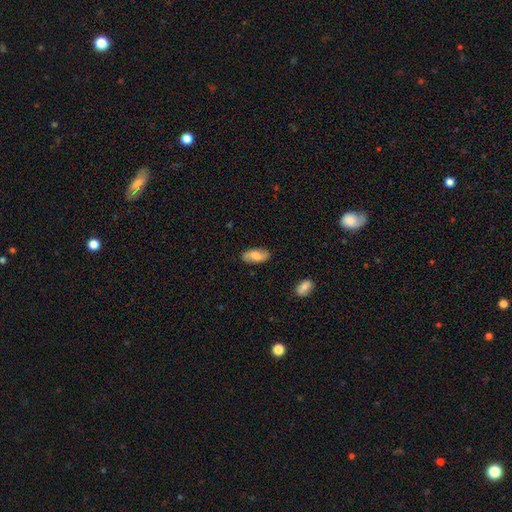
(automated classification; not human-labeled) Smooth or featured?
  - smooth: 62% *
  - featured or disk: 31%
  - star or artifact: 7%
How rounded?
  - in between: 90% *
  - cigar-shaped: 6%
  - round: 3%
Merging?
  - none: 82% *
  - minor disturbance: 14%
  - major disturbance: 3%
  - merger: 1%